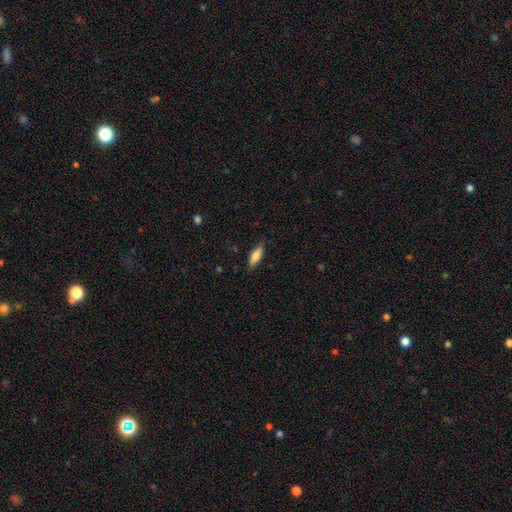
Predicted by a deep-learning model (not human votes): This appears to be a smooth galaxy with no disk features (74%) that is in between round and cigar-shaped (60%). Merging: none (80%).